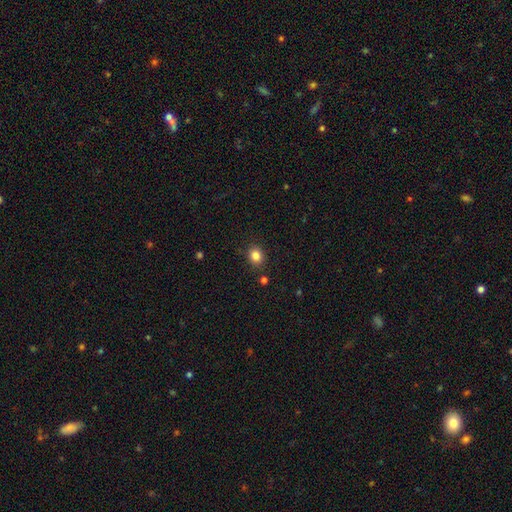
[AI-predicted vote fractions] smooth-or-featured: smooth: 84% | star or artifact: 11% | featured or disk: 5%
  how-rounded: round: 65% | in between: 34% | cigar-shaped: 1%
  merging: none: 86% | minor disturbance: 9% | merger: 3% | major disturbance: 2%